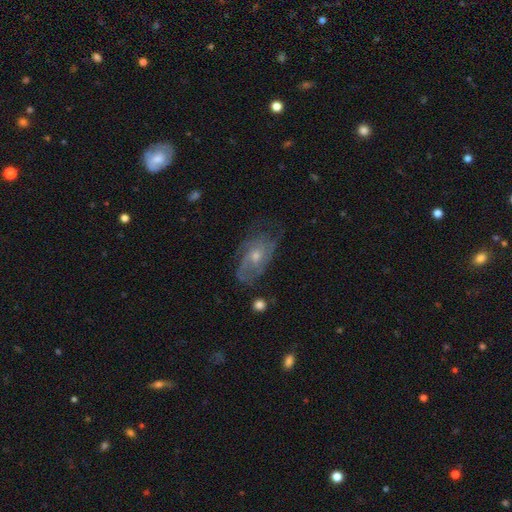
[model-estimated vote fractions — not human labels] Overall: featured or disk (72%). Edge-on disk: no (95%). Bar: no (74%). Spiral arms: yes (85%). Spiral arm count: can't tell (36%; 2 34%). Spiral winding: medium (42%; tight 39%). Bulge size: moderate (49%; small 46%). Merging: none (62%; minor disturbance 24%).